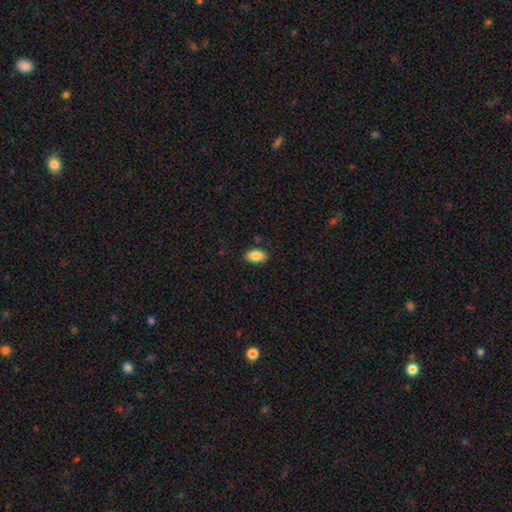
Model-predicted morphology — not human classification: A smooth galaxy with no disk features (87%) that is in between round and cigar-shaped (92%). Merging: none (87%).